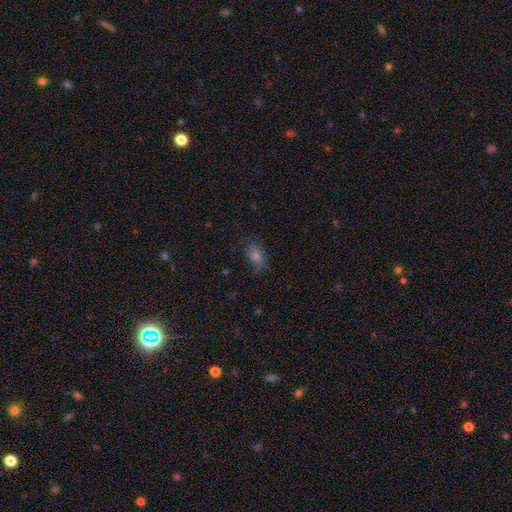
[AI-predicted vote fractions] smooth 64%, star or artifact 21%, featured or disk 15%. Down the decision tree: how rounded — in between (80%); merging — none (75%).